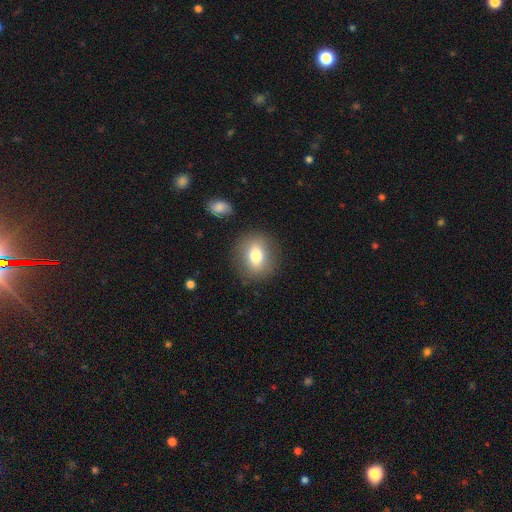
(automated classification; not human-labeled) This is likely a smooth galaxy (75%). How rounded: possibly round (58%). Merging: clearly none (85%).